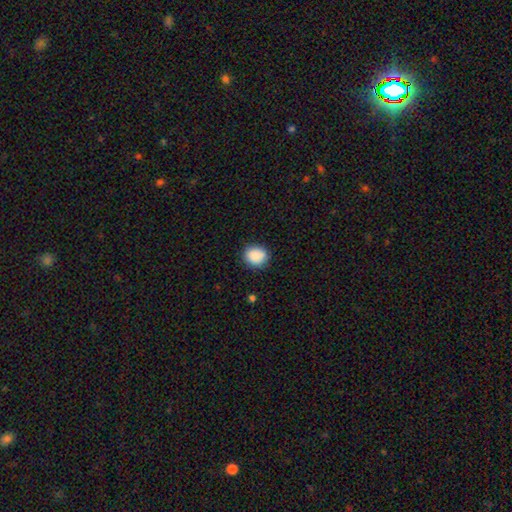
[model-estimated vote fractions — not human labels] Q: Smooth or featured?
A: smooth (89%); runner-up: star or artifact (8%)
Q: How rounded?
A: round (72%); runner-up: in between (27%)
Q: Merging?
A: none (87%); runner-up: minor disturbance (10%)